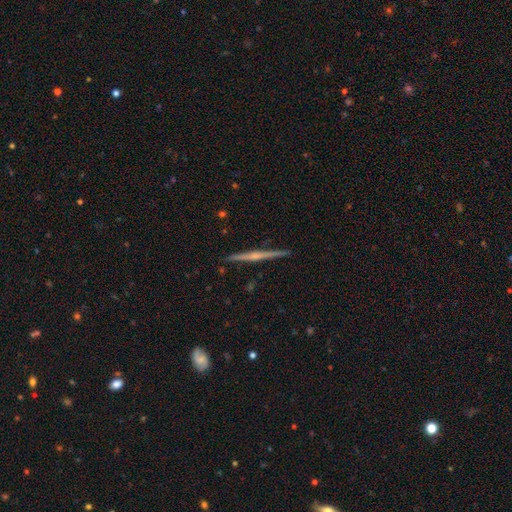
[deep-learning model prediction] A featured or disk galaxy (77%) viewed edge-on (99%) with a rounded central bulge (62%).

Vote fractions:
- Smooth or featured? featured or disk: 77% / smooth: 18% / star or artifact: 5%
- Edge-on disk? yes: 99% / no: 1%
- Edge-on bulge? rounded: 62% / none: 27% / boxy: 11%
- Merging? none: 92% / minor disturbance: 5% / major disturbance: 1% / merger: 1%